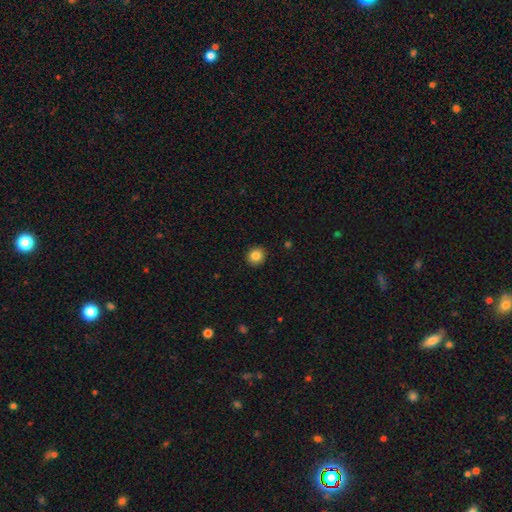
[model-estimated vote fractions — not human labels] Q: Smooth or featured?
A: smooth (84%); runner-up: star or artifact (10%)
Q: How rounded?
A: round (87%); runner-up: in between (12%)
Q: Merging?
A: none (92%); runner-up: minor disturbance (6%)